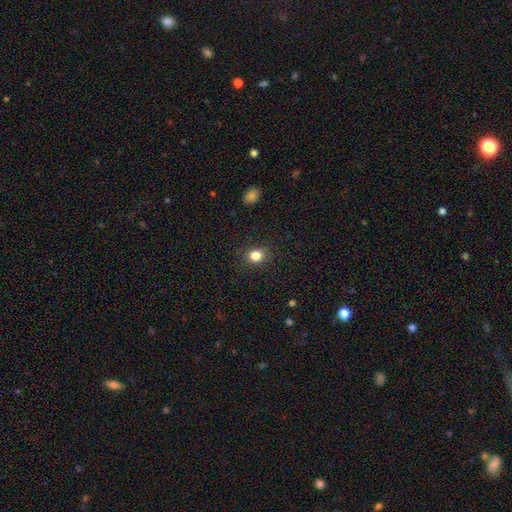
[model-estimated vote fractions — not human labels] The model was most divided on "how rounded": round: 63%, in between: 36%, cigar-shaped: 1%. More confident: merging — none (87%); smooth or featured — smooth (83%).